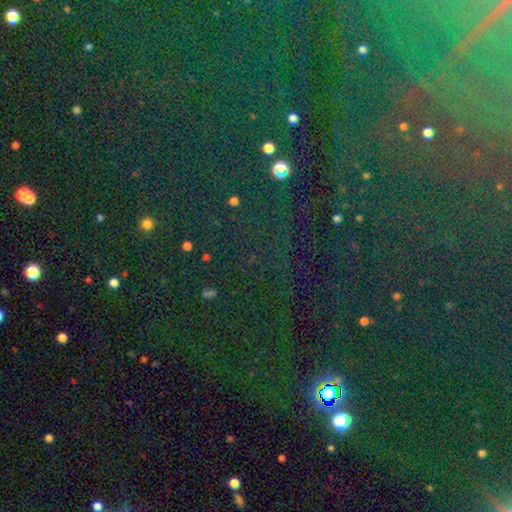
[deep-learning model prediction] Q: Smooth or featured?
A: star or artifact (82%); runner-up: smooth (10%)